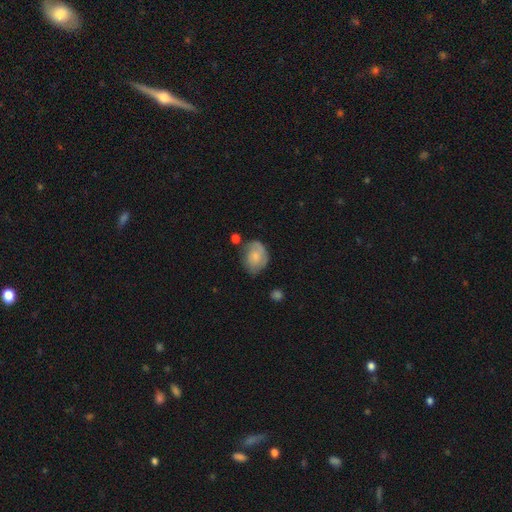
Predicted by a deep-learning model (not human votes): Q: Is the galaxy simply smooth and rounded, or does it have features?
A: smooth — 61%.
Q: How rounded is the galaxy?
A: in between — 57%.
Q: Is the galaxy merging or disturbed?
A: none — 53%.